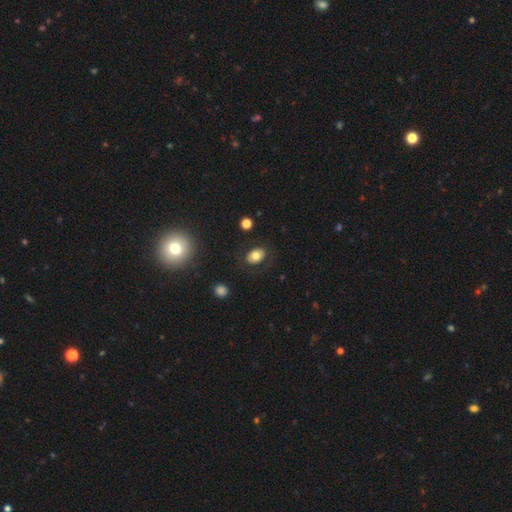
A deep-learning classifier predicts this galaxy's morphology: This is likely a smooth galaxy (74%). How rounded: likely in between (77%). Merging: clearly none (82%).